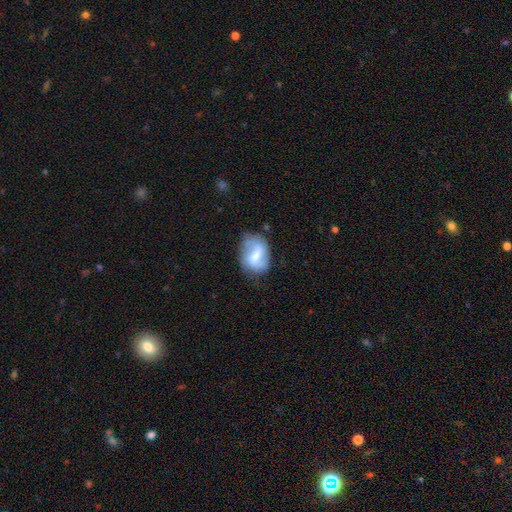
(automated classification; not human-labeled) Overall: featured or disk (51%; smooth 42%). Edge-on disk: no (97%). Merging: none (54%; minor disturbance 30%).